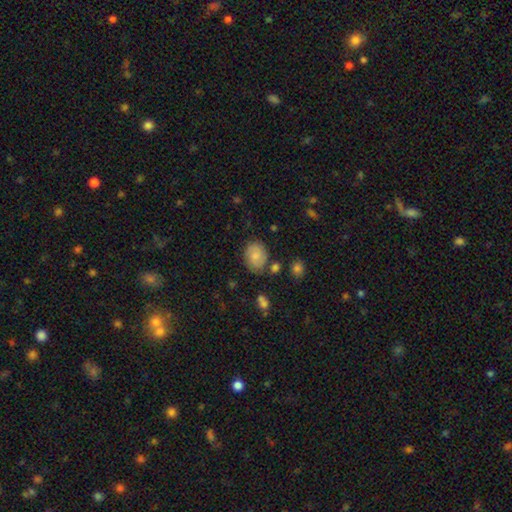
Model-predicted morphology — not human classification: type=smooth (74%); roundness=in between (56%); merging=none (73%).